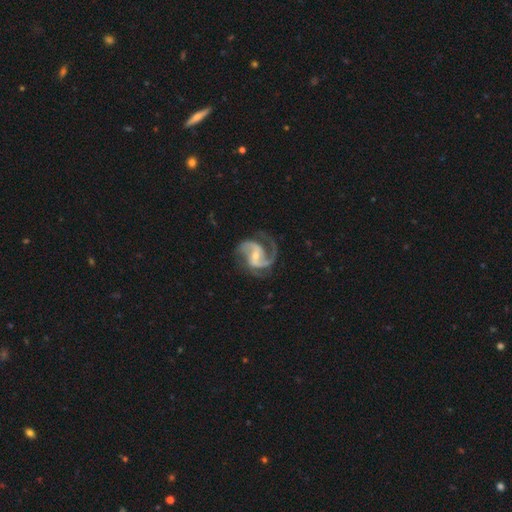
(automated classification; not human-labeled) Smooth or featured?
  - featured or disk: 92% *
  - smooth: 4%
  - star or artifact: 4%
Edge-on disk?
  - no: 98% *
  - yes: 2%
Bar?
  - weak: 48% *
  - strong: 30%
  - no: 23%
Spiral arms?
  - yes: 98% *
  - no: 2%
Spiral winding?
  - medium: 59% *
  - loose: 24%
  - tight: 16%
Spiral arm count?
  - 2: 82% *
  - 3: 6%
  - 1: 5%
  - can't tell: 3%
  - 4: 2%
  - more than 4: 2%
Bulge size?
  - small: 56% *
  - moderate: 37%
  - none: 4%
  - large: 2%
  - dominant: 1%
Merging?
  - none: 65% *
  - minor disturbance: 18%
  - major disturbance: 15%
  - merger: 2%